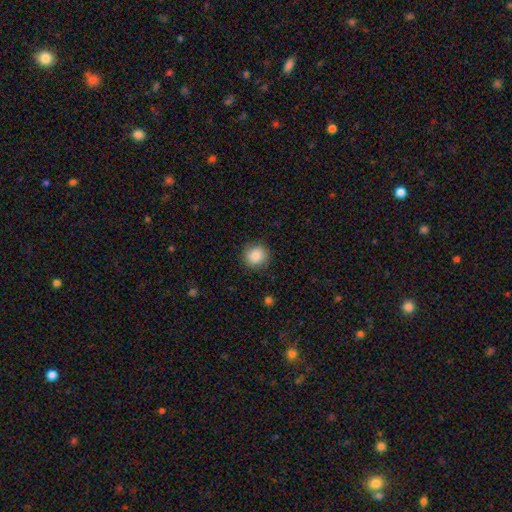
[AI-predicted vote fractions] A smooth galaxy with no disk features (87%) that is round (92%).

Vote fractions:
- Smooth or featured? smooth: 87% / star or artifact: 8% / featured or disk: 4%
- How rounded? round: 92% / in between: 7% / cigar-shaped: 1%
- Merging? none: 88% / minor disturbance: 9% / major disturbance: 3% / merger: 1%